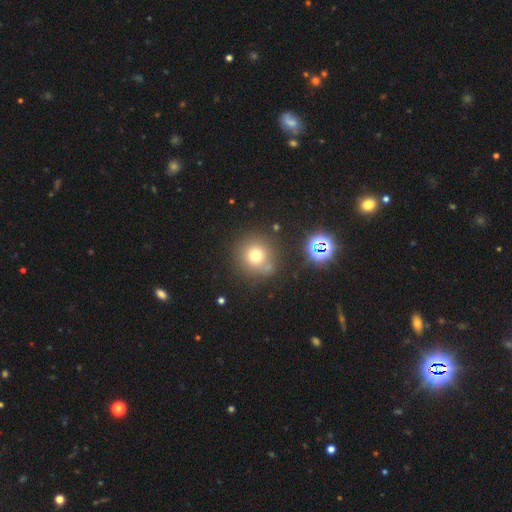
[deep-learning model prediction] Q: Smooth or featured?
A: smooth (70%); runner-up: star or artifact (19%)
Q: How rounded?
A: round (92%); runner-up: in between (7%)
Q: Merging?
A: none (76%); runner-up: minor disturbance (11%)